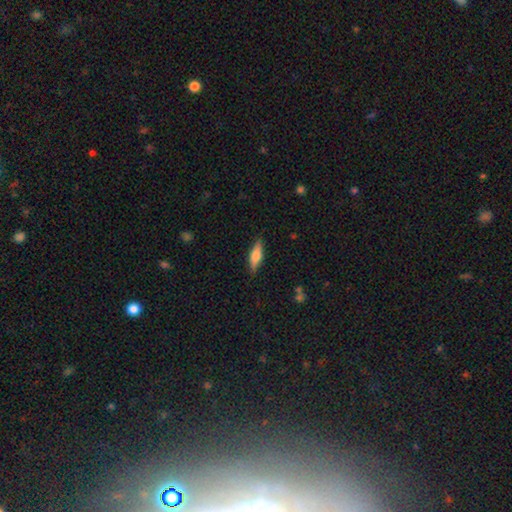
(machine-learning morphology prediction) smooth_or_featured: smooth (p=0.59) [alt: featured or disk p=0.34]
how_rounded: cigar-shaped (p=0.55) [alt: in between p=0.42]
merging: none (p=0.86) [alt: minor disturbance p=0.10]